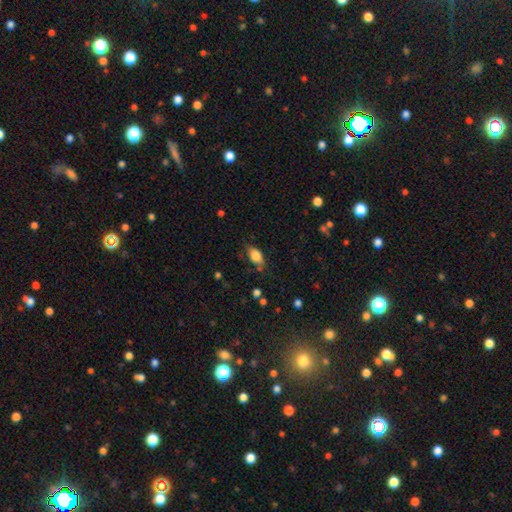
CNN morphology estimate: smooth_or_featured: smooth (p=0.83) [alt: featured or disk p=0.09]
how_rounded: in between (p=0.88) [alt: round p=0.08]
merging: none (p=0.69) [alt: minor disturbance p=0.22]